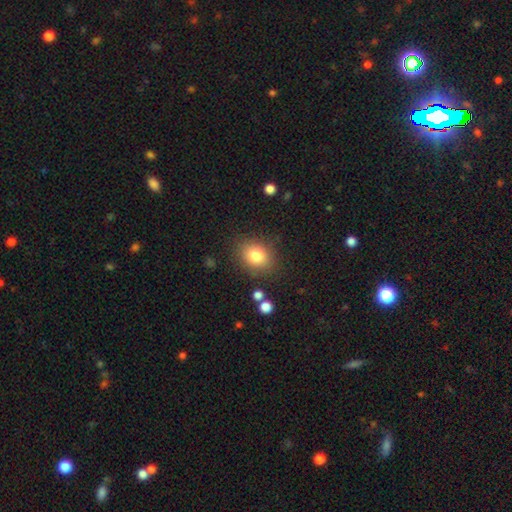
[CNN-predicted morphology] A smooth galaxy with no disk features (81%) that is round (51%).

Vote fractions:
- Smooth or featured? smooth: 81% / star or artifact: 10% / featured or disk: 9%
- How rounded? round: 51% / in between: 48% / cigar-shaped: 1%
- Merging? none: 83% / minor disturbance: 11% / major disturbance: 4% / merger: 3%